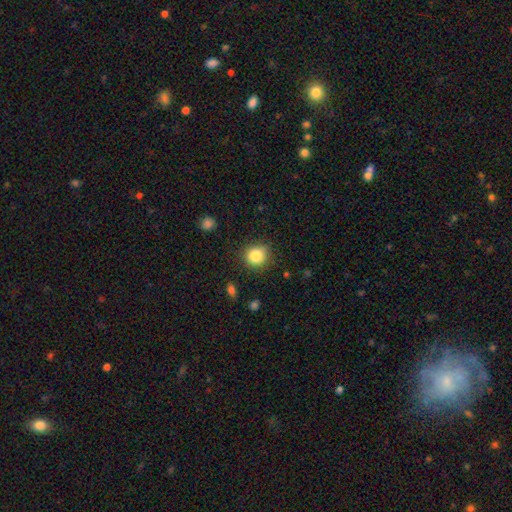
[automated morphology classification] The model was most divided on "merging": none: 82%, minor disturbance: 13%, major disturbance: 3%, merger: 2%. More confident: how rounded — round (85%); smooth or featured — smooth (84%).